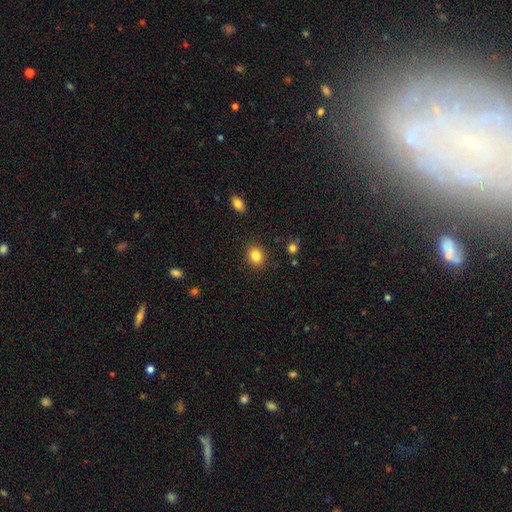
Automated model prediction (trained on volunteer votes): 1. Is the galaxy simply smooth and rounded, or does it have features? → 85% smooth, 10% star or artifact, 6% featured or disk.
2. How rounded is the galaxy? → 60% round, 39% in between, 1% cigar-shaped.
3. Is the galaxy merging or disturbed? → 88% none, 8% minor disturbance, 2% major disturbance, 1% merger.